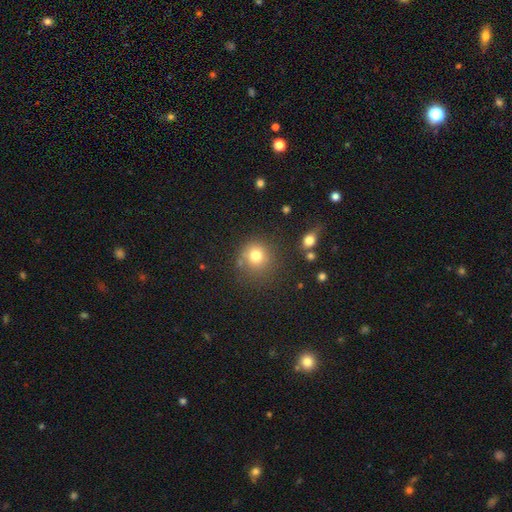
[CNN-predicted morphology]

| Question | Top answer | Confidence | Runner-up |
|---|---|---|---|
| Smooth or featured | smooth | 77% | star or artifact (14%) |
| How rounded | round | 88% | in between (11%) |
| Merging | none | 73% | minor disturbance (14%) |